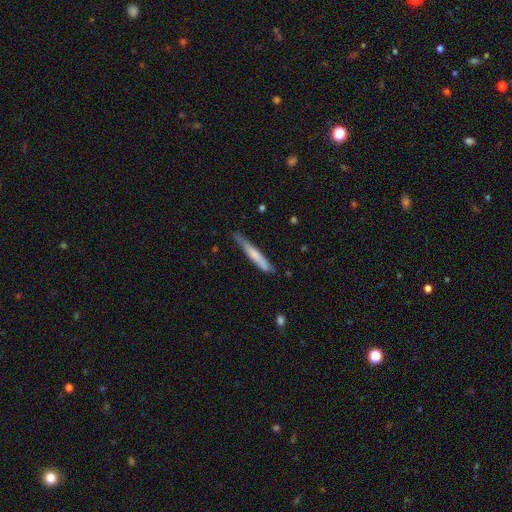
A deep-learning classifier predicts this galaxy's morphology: Smooth or featured: smooth — 63% (featured or disk — 31%)
How rounded: cigar-shaped — 95% (in between — 4%)
Merging: none — 67% (minor disturbance — 26%)